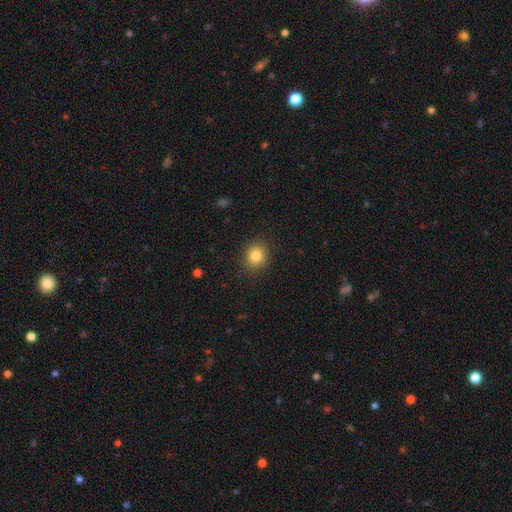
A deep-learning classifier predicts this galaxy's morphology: Smooth or featured?
  - smooth: 82% *
  - star or artifact: 11%
  - featured or disk: 7%
How rounded?
  - round: 80% *
  - in between: 19%
  - cigar-shaped: 1%
Merging?
  - none: 89% *
  - minor disturbance: 8%
  - major disturbance: 3%
  - merger: 1%